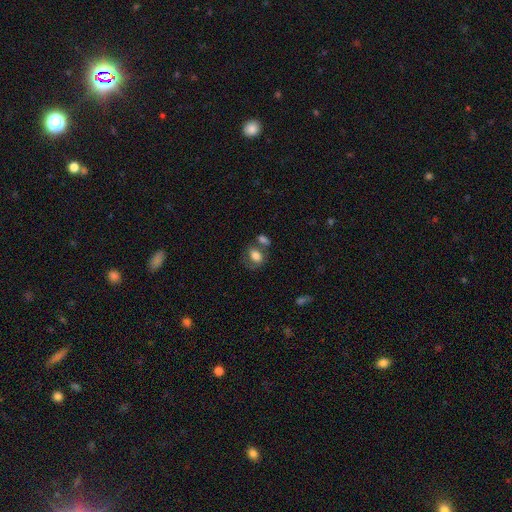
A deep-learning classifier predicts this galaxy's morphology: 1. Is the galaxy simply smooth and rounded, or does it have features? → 73% smooth, 18% featured or disk, 9% star or artifact.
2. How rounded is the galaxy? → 74% in between, 24% round, 2% cigar-shaped.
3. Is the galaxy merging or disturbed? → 42% none, 29% merger, 18% minor disturbance, 11% major disturbance.